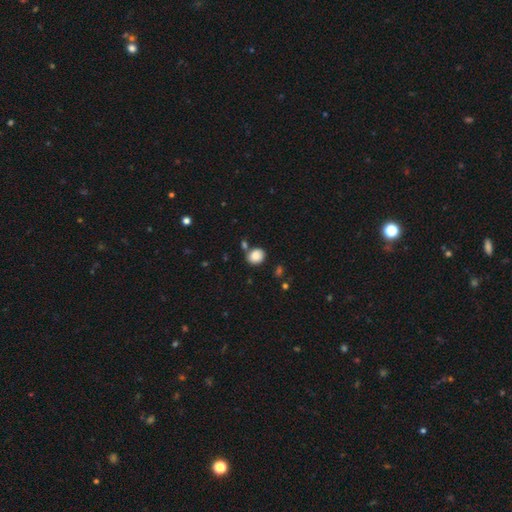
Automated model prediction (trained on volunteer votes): A smooth galaxy with no disk features (86%) that is round (66%). Merging: none (74%).